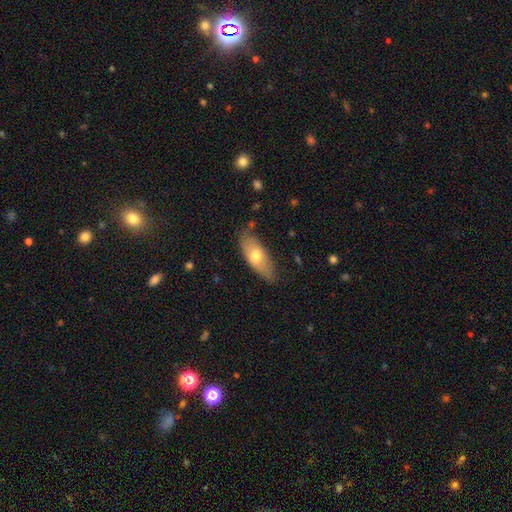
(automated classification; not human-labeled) Smooth or featured: smooth — 65% (featured or disk — 29%)
How rounded: in between — 76% (cigar-shaped — 22%)
Merging: none — 73% (minor disturbance — 21%)